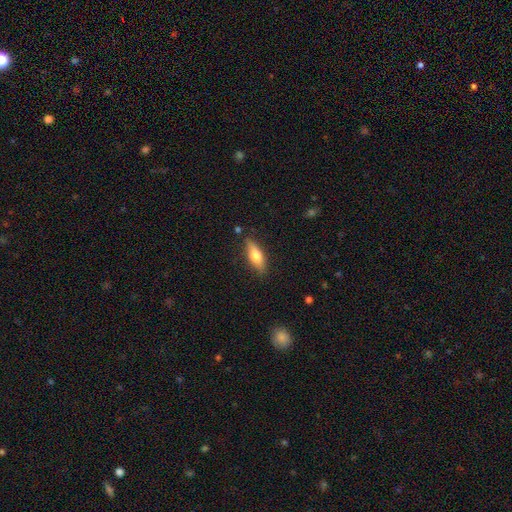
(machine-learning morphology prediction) type=smooth (61%); roundness=in between (57%); merging=none (83%).